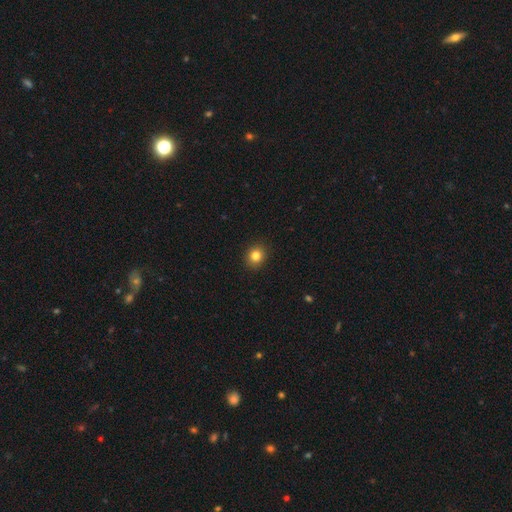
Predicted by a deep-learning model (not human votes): Morphology: type=smooth (83%); roundness=round (76%); merging=none (91%).